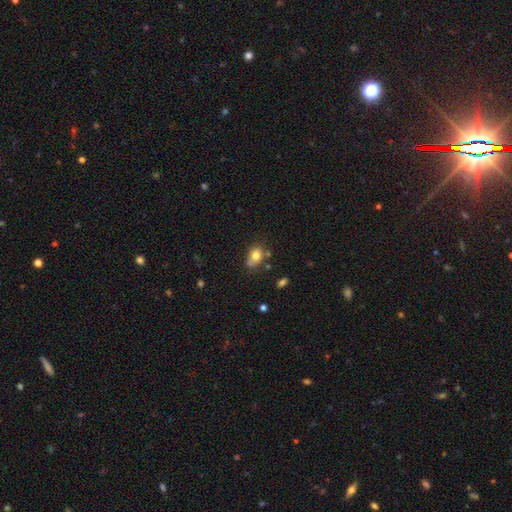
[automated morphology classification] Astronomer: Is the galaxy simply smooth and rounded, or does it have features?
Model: smooth — 77%.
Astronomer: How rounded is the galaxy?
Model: in between — 54% (runner-up: round, 44%).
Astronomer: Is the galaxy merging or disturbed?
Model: none — 53%.